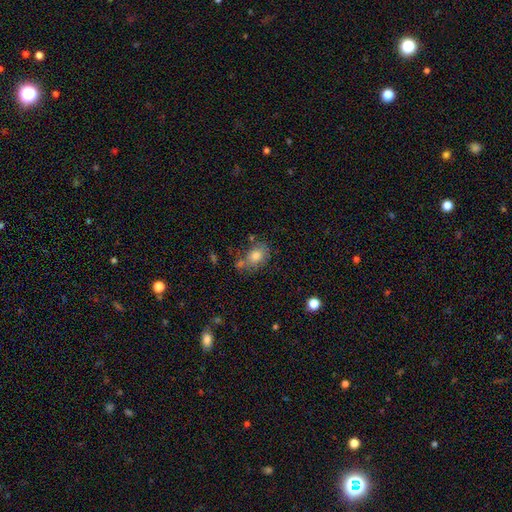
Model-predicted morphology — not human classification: This appears to be a smooth galaxy with no disk features (76%) that is in between round and cigar-shaped (67%). Merging: none (55%).